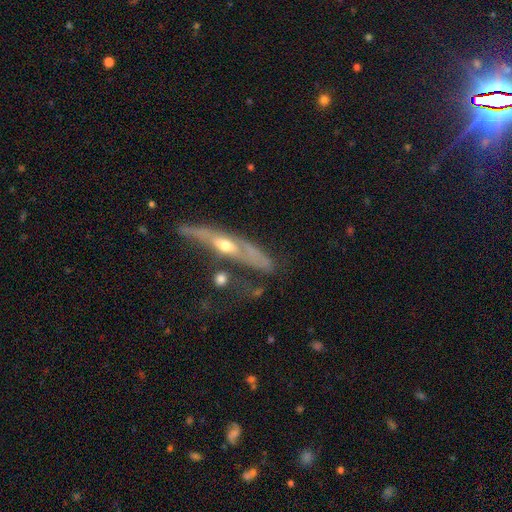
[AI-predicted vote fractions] A featured or disk galaxy (72%) viewed edge-on (65%). Merging: none (53%).